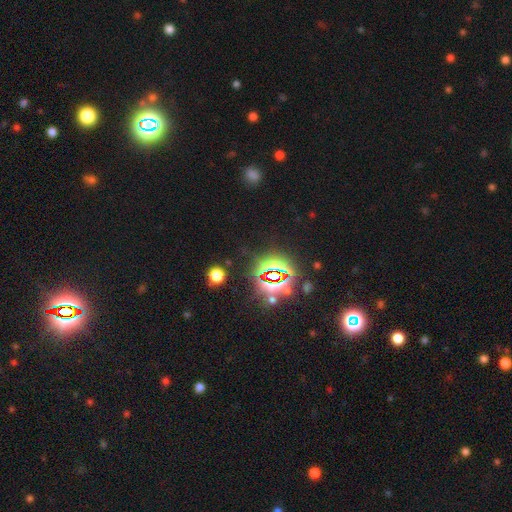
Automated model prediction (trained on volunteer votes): Smooth or featured? star or artifact (81%)